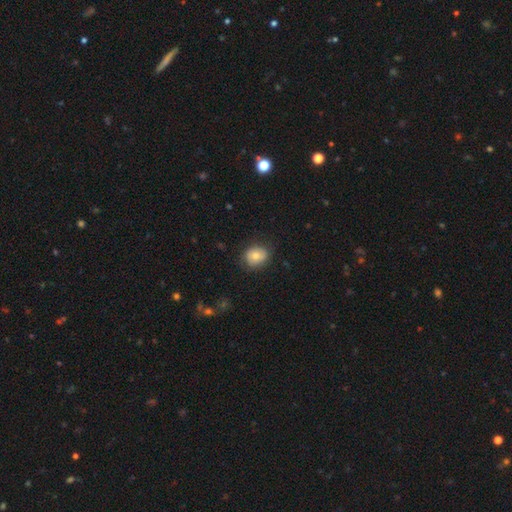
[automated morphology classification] A smooth galaxy with no disk features (73%) that is round (61%).

Vote fractions:
- Smooth or featured? smooth: 73% / featured or disk: 18% / star or artifact: 9%
- How rounded? round: 61% / in between: 38% / cigar-shaped: 1%
- Merging? none: 78% / minor disturbance: 17% / major disturbance: 4% / merger: 1%